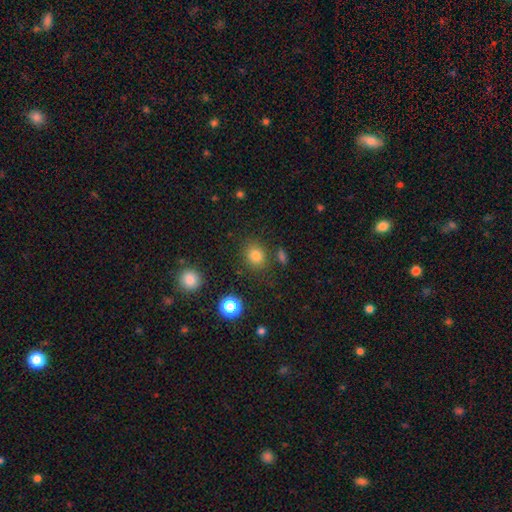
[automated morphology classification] smooth-or-featured: smooth: 80% | star or artifact: 14% | featured or disk: 6%
  how-rounded: round: 71% | in between: 28% | cigar-shaped: 1%
  merging: none: 81% | minor disturbance: 10% | merger: 5% | major disturbance: 4%